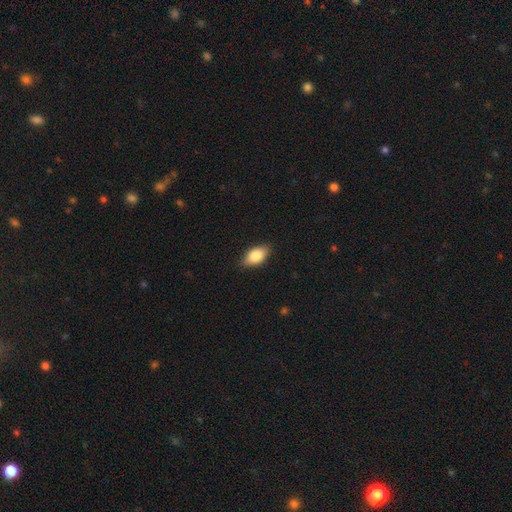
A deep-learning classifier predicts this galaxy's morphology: smooth-or-featured: smooth: 83% | featured or disk: 10% | star or artifact: 7%
  how-rounded: in between: 90% | round: 5% | cigar-shaped: 5%
  merging: none: 84% | minor disturbance: 12% | major disturbance: 2% | merger: 1%